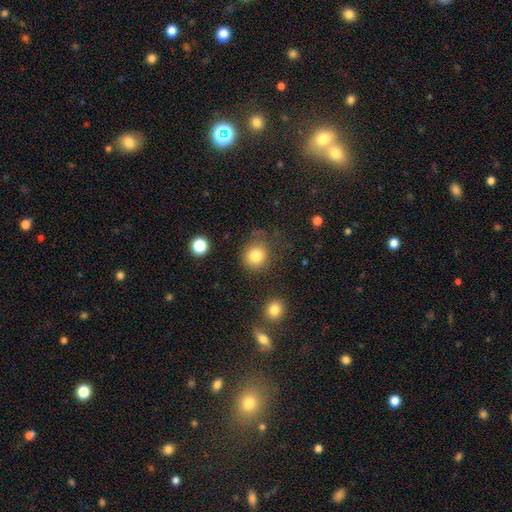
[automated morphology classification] Smooth or featured?
  - smooth: 83% *
  - star or artifact: 11%
  - featured or disk: 7%
How rounded?
  - round: 87% *
  - in between: 12%
  - cigar-shaped: 1%
Merging?
  - none: 71% *
  - minor disturbance: 17%
  - major disturbance: 8%
  - merger: 4%